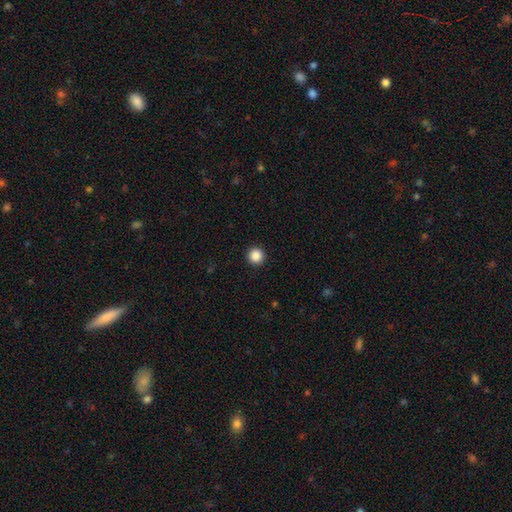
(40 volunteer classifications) smooth 90%, star or artifact 10%, featured or disk 0%. Down the decision tree: how rounded — round (97%); merging — none (94%).